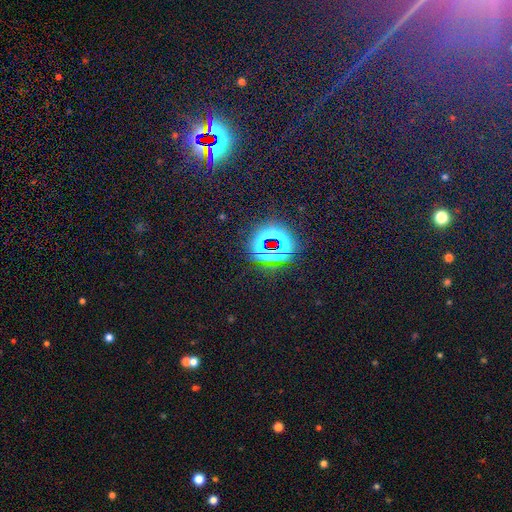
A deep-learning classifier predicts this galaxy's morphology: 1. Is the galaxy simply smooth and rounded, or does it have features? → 79% star or artifact, 12% smooth, 8% featured or disk.